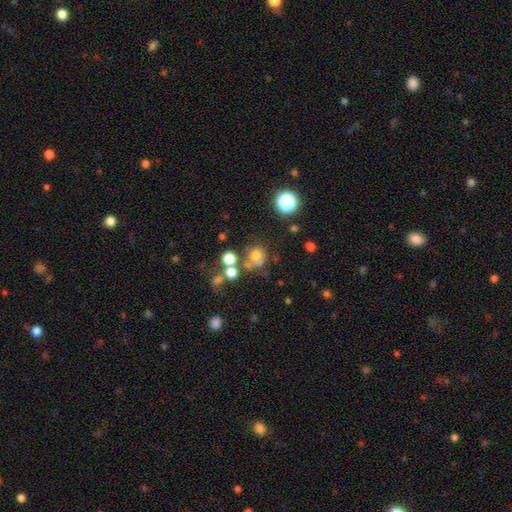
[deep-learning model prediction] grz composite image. It shows a smooth galaxy with no disk features (66%) that is round (83%). Merging: none (53%).